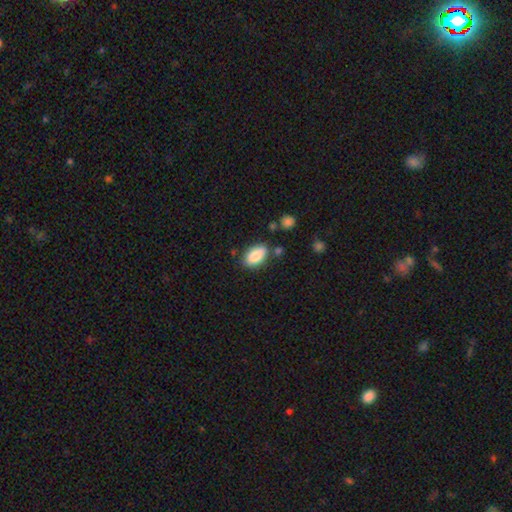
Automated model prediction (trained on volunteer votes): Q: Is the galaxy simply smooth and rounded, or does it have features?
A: smooth — 86%.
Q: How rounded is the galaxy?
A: in between — 92%.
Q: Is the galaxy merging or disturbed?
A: none — 76%.